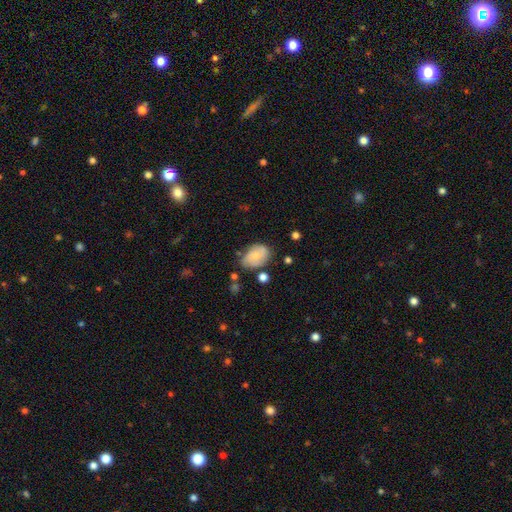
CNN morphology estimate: smooth 61%, featured or disk 31%, star or artifact 8%. Down the decision tree: how rounded — in between (83%); merging — none (58%).